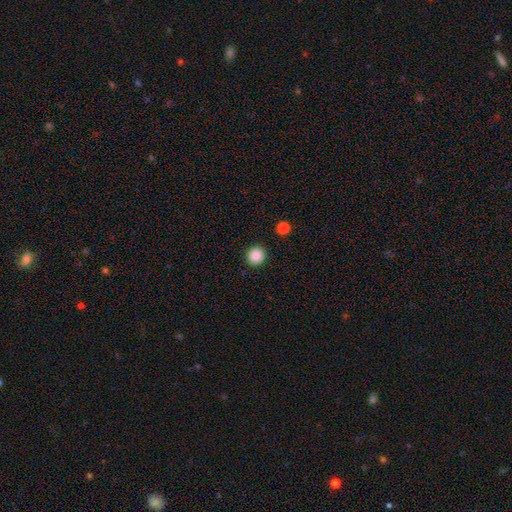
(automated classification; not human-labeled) The model was most divided on "smooth or featured": smooth: 87%, star or artifact: 9%, featured or disk: 4%. More confident: how rounded — round (94%); merging — none (93%).